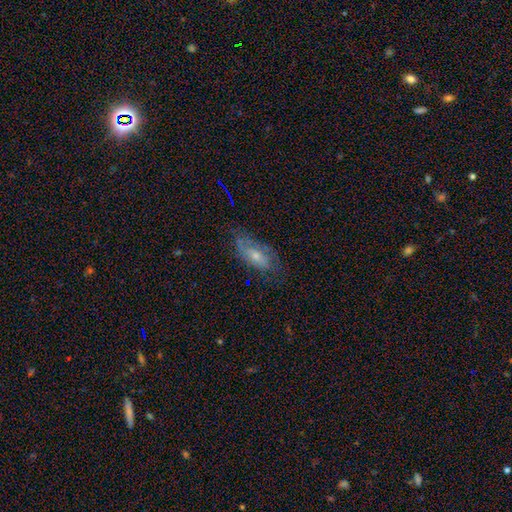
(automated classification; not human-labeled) A featured or disk galaxy (56%). Merging: none (64%).